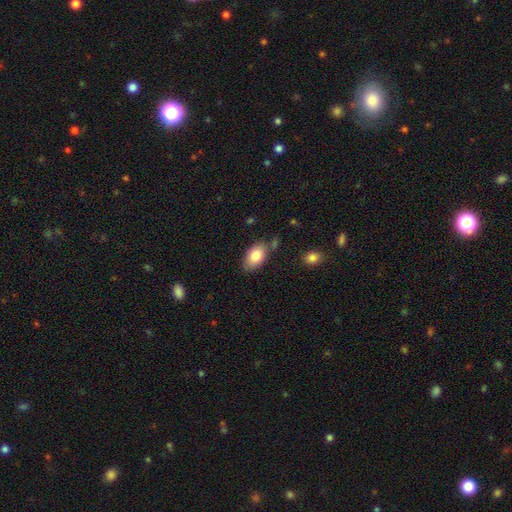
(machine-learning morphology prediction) Q: Smooth or featured?
A: smooth (83%); runner-up: featured or disk (10%)
Q: How rounded?
A: in between (92%); runner-up: round (6%)
Q: Merging?
A: none (74%); runner-up: minor disturbance (17%)